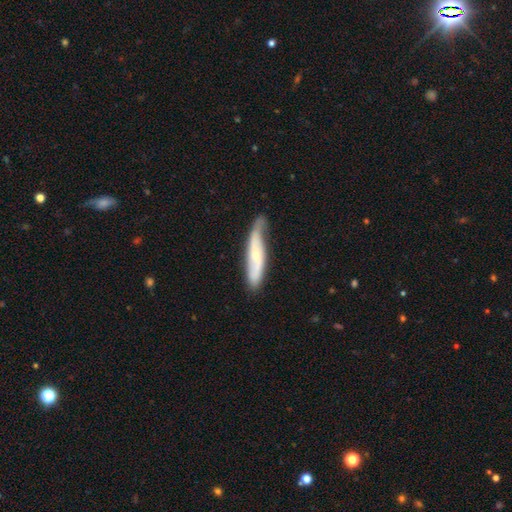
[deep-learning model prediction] A featured or disk galaxy (61%). Merging: none (63%).